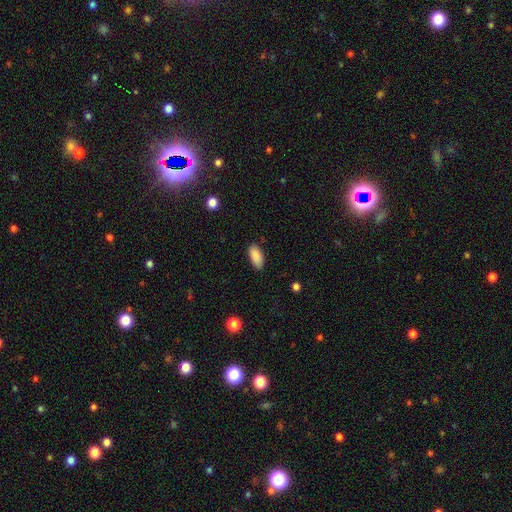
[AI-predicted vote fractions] Smooth or featured?
  - smooth: 89% *
  - star or artifact: 7%
  - featured or disk: 4%
How rounded?
  - in between: 90% *
  - cigar-shaped: 8%
  - round: 2%
Merging?
  - none: 84% *
  - minor disturbance: 12%
  - major disturbance: 2%
  - merger: 1%